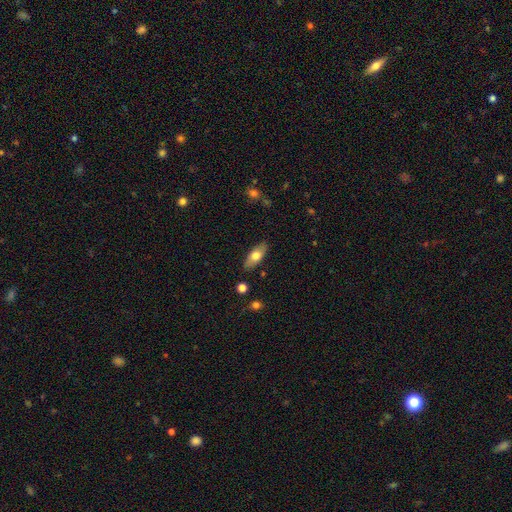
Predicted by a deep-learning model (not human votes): This is likely a smooth galaxy (70%). How rounded: clearly in between (80%). Merging: clearly none (86%).